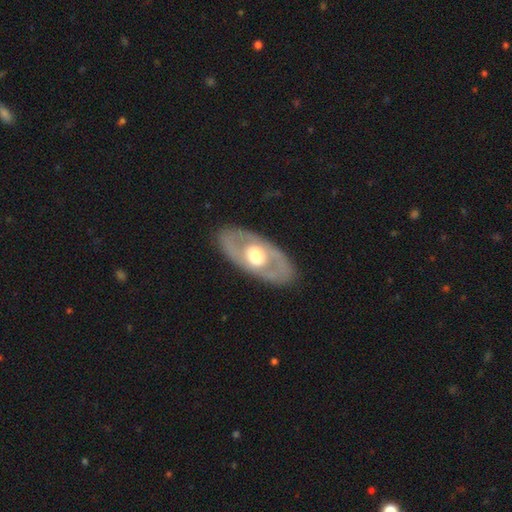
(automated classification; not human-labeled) Smooth or featured: featured or disk — 63% (smooth — 33%)
Edge-on disk: no — 86% (yes — 14%)
Bar: no — 79% (weak — 16%)
Spiral arms: no — 79% (yes — 21%)
Bulge size: moderate — 55% (large — 37%)
Merging: none — 84% (minor disturbance — 10%)